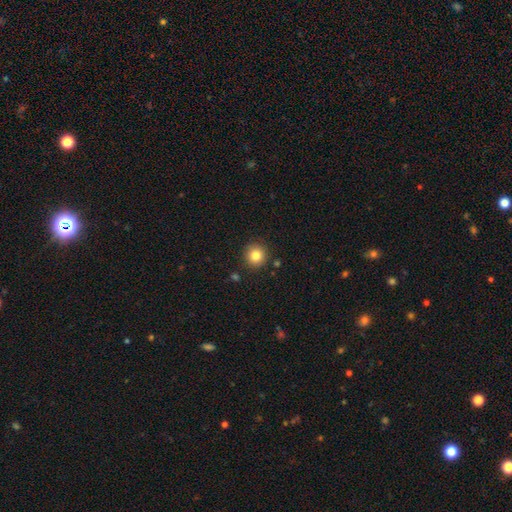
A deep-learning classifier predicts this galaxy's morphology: Smooth or featured? Predicted: smooth (p=0.83). How rounded? Predicted: round (p=0.94). Merging? Predicted: none (p=0.89).